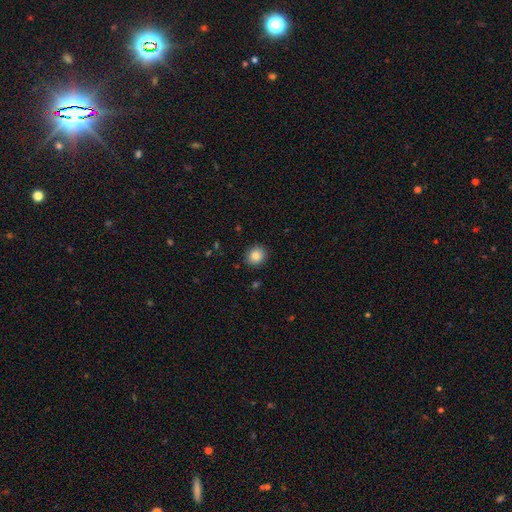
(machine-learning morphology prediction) Smooth or featured?
  - smooth: 84% *
  - star or artifact: 10%
  - featured or disk: 6%
How rounded?
  - round: 82% *
  - in between: 17%
  - cigar-shaped: 1%
Merging?
  - none: 90% *
  - minor disturbance: 7%
  - major disturbance: 2%
  - merger: 1%